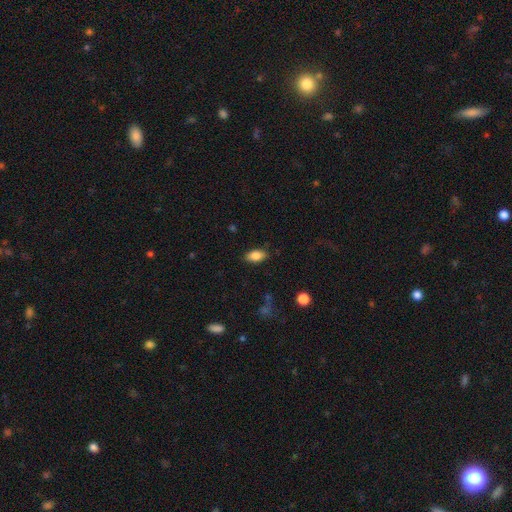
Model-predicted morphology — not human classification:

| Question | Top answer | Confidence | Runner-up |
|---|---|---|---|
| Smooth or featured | smooth | 84% | featured or disk (8%) |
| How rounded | in between | 91% | round (5%) |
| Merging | none | 86% | minor disturbance (11%) |